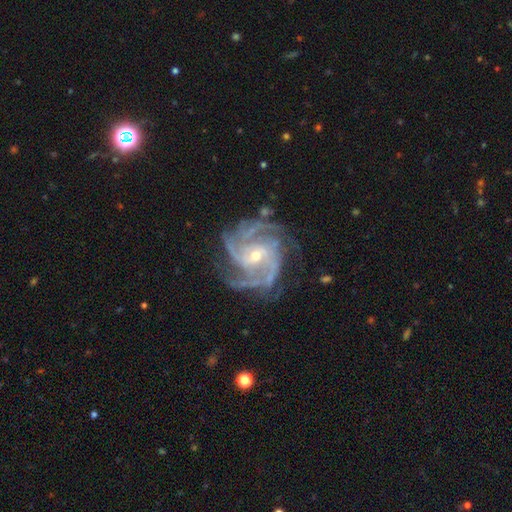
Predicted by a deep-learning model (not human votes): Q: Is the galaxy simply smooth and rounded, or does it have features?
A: featured or disk — 92%.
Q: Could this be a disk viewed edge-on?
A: no — 98%.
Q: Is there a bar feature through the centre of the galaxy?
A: no — 49%.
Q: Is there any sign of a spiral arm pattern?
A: yes — 98%.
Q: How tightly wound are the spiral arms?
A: tight — 50%.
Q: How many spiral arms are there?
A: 3 — 32%.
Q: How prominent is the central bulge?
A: small — 64%.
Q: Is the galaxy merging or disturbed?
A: none — 73%.